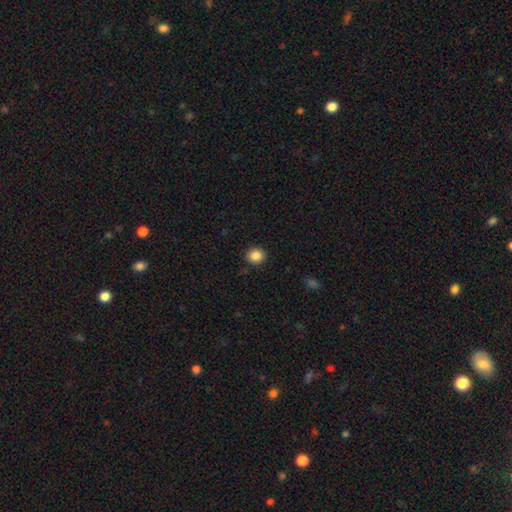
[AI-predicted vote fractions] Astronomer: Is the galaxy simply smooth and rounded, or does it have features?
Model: smooth — 87%.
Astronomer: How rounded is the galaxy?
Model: round — 83%.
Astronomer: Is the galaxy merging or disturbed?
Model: none — 90%.